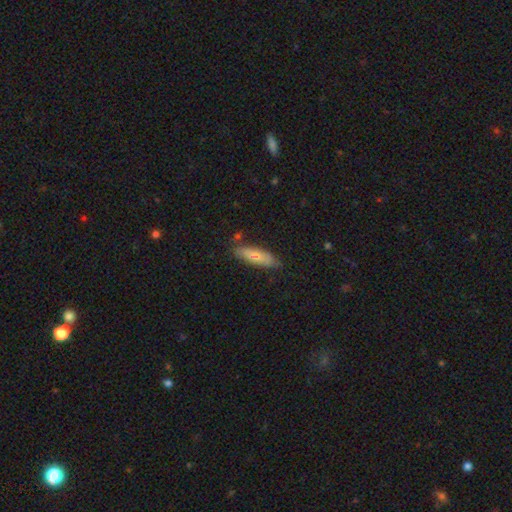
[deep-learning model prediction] This appears to be a smooth galaxy with no disk features (73%) that is cigar-shaped (60%). Merging: none (79%).